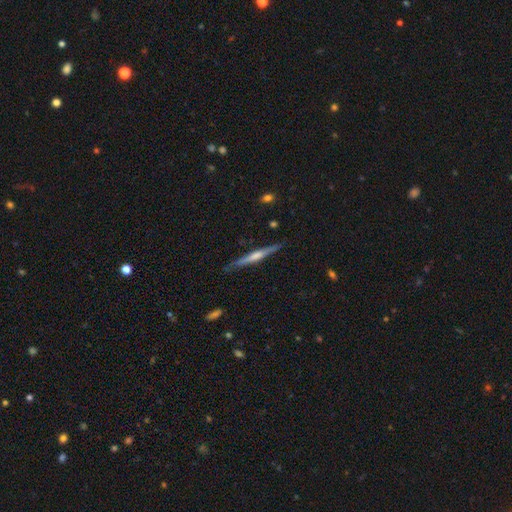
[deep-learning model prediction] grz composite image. It shows a featured or disk galaxy (70%) viewed edge-on (98%) with a rounded central bulge (62%). Merging: none (87%).